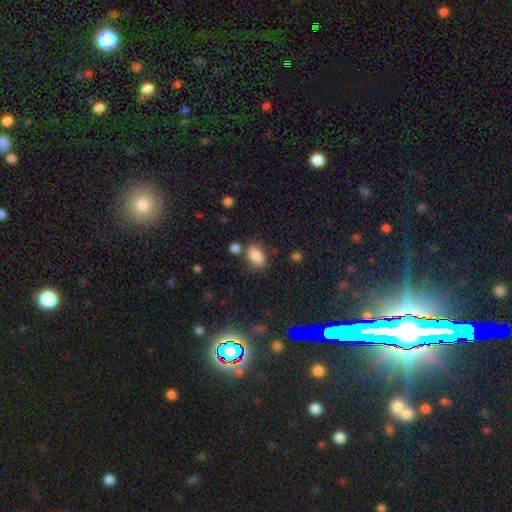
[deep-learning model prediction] smooth-or-featured: smooth: 83% | star or artifact: 10% | featured or disk: 7%
  how-rounded: in between: 85% | round: 13% | cigar-shaped: 2%
  merging: none: 72% | minor disturbance: 14% | merger: 10% | major disturbance: 4%